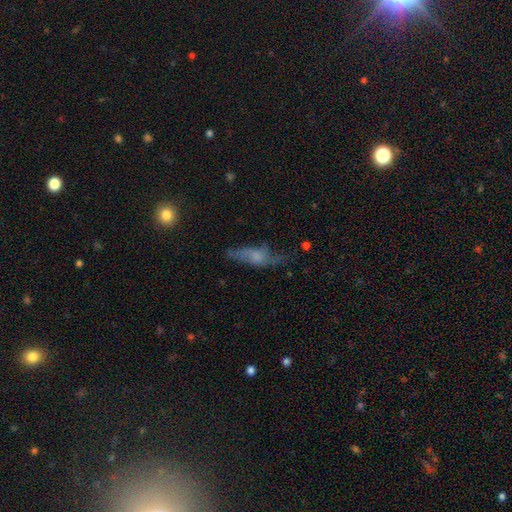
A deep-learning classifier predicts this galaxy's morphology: Smooth or featured?
  - smooth: 45% *
  - featured or disk: 44%
  - star or artifact: 11%
Merging?
  - none: 46% *
  - minor disturbance: 28%
  - major disturbance: 22%
  - merger: 3%